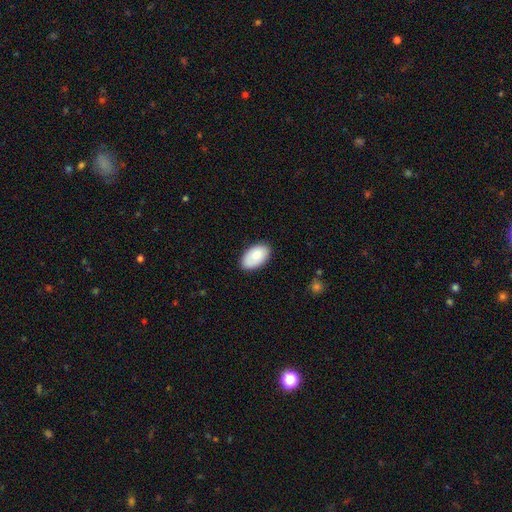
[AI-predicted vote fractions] smooth_or_featured: smooth (p=0.84) [alt: featured or disk p=0.09]
how_rounded: in between (p=0.95) [alt: round p=0.04]
merging: none (p=0.83) [alt: minor disturbance p=0.13]